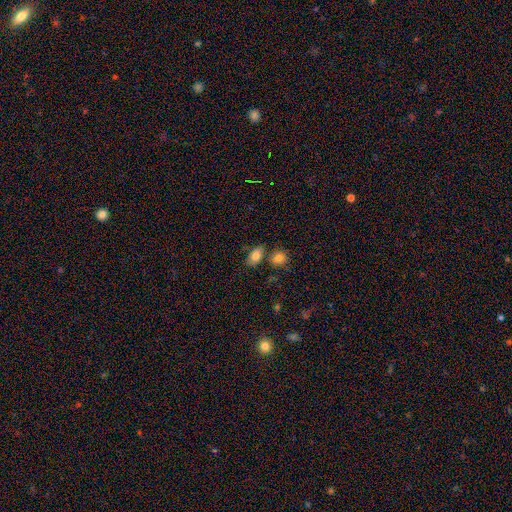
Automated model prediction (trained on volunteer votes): This appears to be a smooth galaxy with no disk features (81%) that is in between round and cigar-shaped (87%). Merging: none (67%).